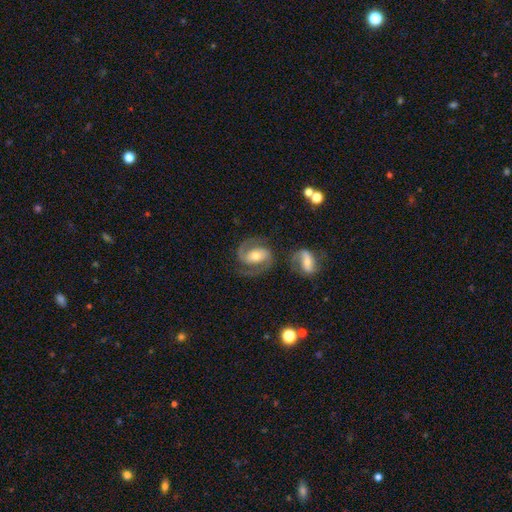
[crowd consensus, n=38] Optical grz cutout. It shows a featured or disk galaxy (89%) with a strong bar (35%, tied with weak), 2 (97%) medium (76%) spiral arms (100%) and a moderate central bulge (76%). Merging: none (86%).